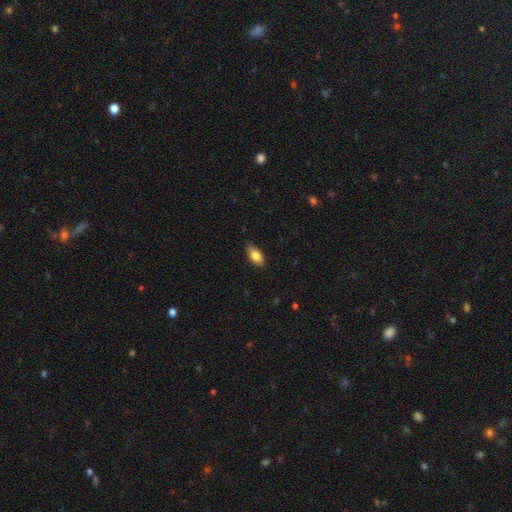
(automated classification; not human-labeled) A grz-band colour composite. It shows a smooth galaxy with no disk features (82%) that is in between round and cigar-shaped (89%). Merging: none (80%).